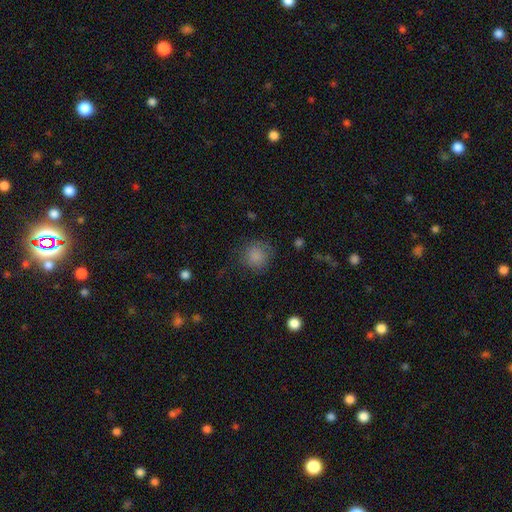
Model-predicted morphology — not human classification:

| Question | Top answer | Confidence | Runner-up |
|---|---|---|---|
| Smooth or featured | smooth | 83% | star or artifact (10%) |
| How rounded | round | 89% | in between (10%) |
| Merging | none | 73% | minor disturbance (17%) |